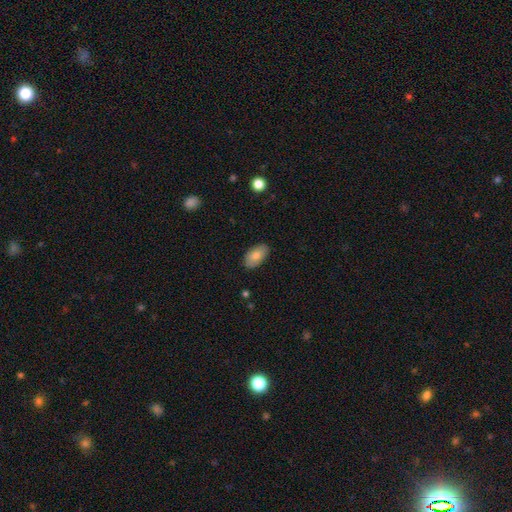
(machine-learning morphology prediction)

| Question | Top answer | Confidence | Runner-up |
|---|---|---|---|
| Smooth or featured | smooth | 79% | featured or disk (15%) |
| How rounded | in between | 94% | round (4%) |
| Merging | none | 85% | minor disturbance (12%) |